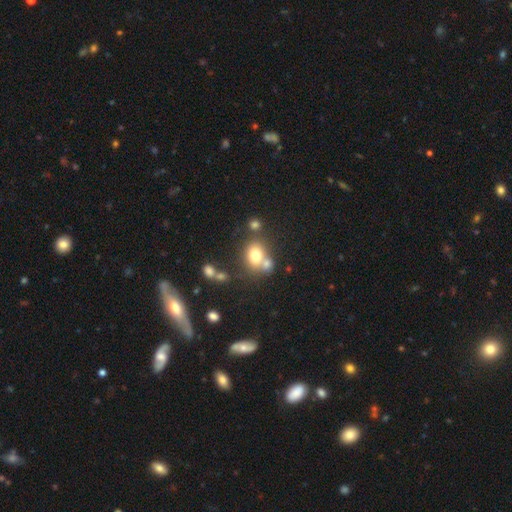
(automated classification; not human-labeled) smooth_or_featured: smooth (p=0.73) [alt: featured or disk p=0.14]
how_rounded: round (p=0.58) [alt: in between p=0.41]
merging: none (p=0.49) [alt: merger p=0.34]